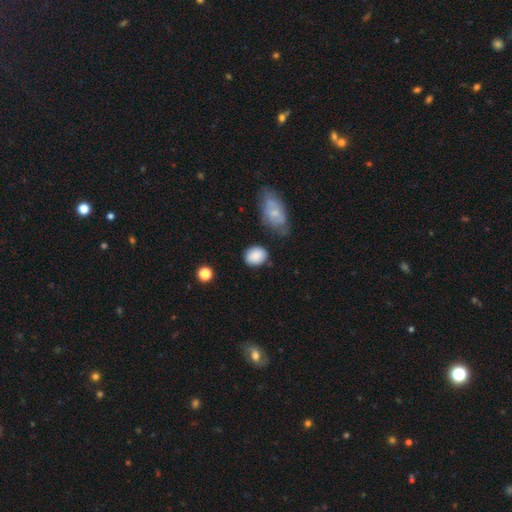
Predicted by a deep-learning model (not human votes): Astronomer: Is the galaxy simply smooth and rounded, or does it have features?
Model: smooth — 86%.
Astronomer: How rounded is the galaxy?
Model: round — 51% (runner-up: in between, 48%).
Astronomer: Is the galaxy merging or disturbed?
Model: none — 71%.